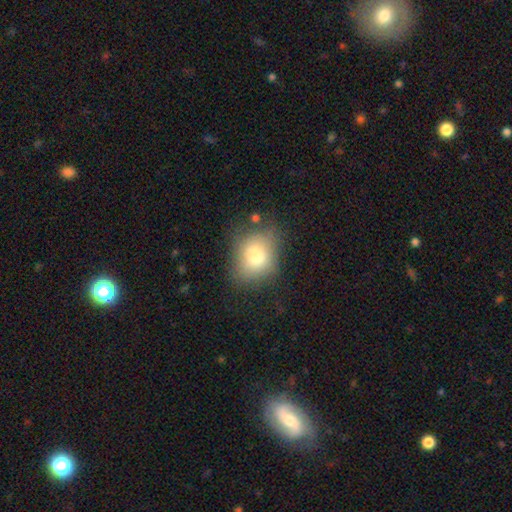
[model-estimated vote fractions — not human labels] smooth 77%, featured or disk 13%, star or artifact 10%. Down the decision tree: how rounded — in between (58%); merging — none (62%).